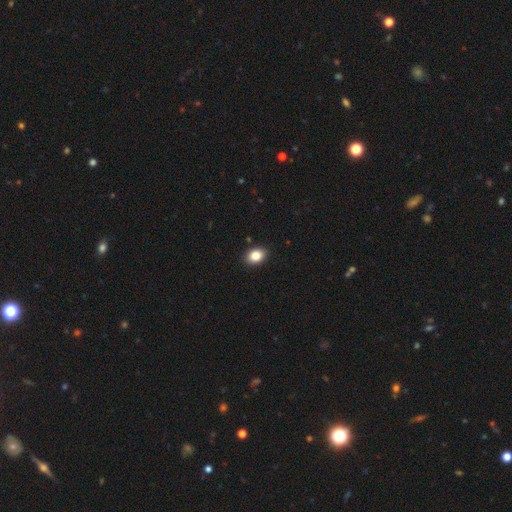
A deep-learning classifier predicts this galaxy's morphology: A smooth galaxy with no disk features (86%) that is in between round and cigar-shaped (76%). Merging: none (90%).